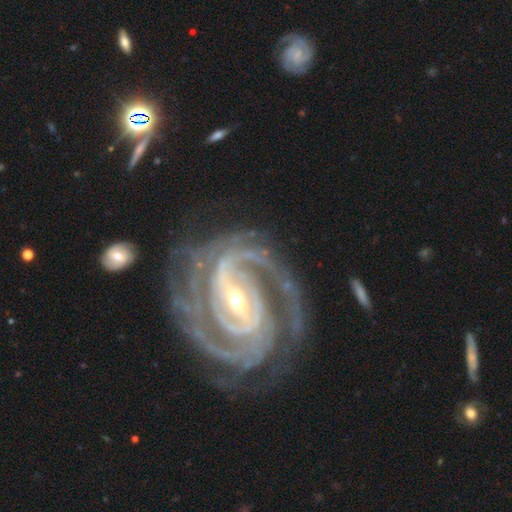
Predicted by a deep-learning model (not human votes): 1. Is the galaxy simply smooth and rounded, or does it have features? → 93% featured or disk, 4% star or artifact, 2% smooth.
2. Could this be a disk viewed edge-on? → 97% no, 3% yes.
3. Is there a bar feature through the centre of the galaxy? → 59% strong, 30% weak, 11% no.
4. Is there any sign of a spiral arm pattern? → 99% yes, 1% no.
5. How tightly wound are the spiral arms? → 66% tight, 29% medium, 4% loose.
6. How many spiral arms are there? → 35% 2, 27% 3, 14% 4, 11% can't tell, 7% more than 4, 6% 1.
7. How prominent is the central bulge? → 62% small, 34% moderate, 2% large, 1% none, 1% dominant.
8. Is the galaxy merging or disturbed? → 72% none, 16% minor disturbance, 9% major disturbance, 3% merger.